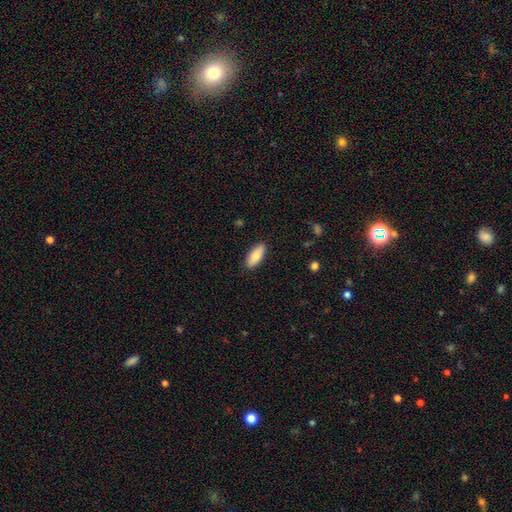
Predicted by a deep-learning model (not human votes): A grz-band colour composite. It shows a smooth galaxy with no disk features (83%) that is in between round and cigar-shaped (77%). Merging: none (88%).